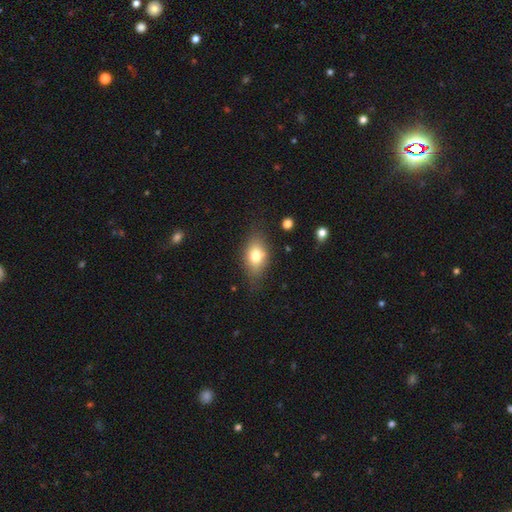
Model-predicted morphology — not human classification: Q: Smooth or featured?
A: smooth (74%); runner-up: featured or disk (17%)
Q: How rounded?
A: in between (81%); runner-up: round (15%)
Q: Merging?
A: none (75%); runner-up: minor disturbance (18%)